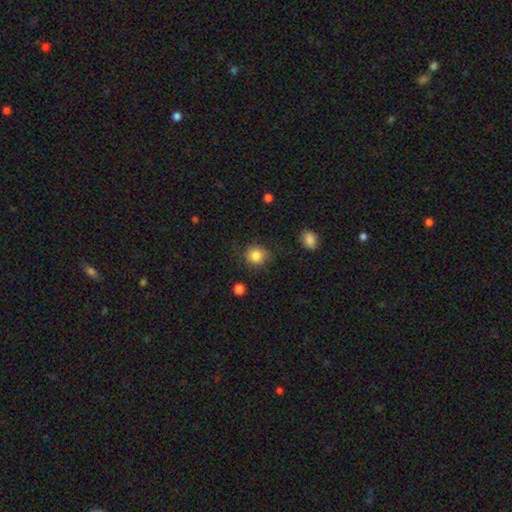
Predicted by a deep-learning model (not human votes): Smooth or featured? Predicted: smooth (p=0.84). How rounded? Predicted: round (p=0.81). Merging? Predicted: none (p=0.70).